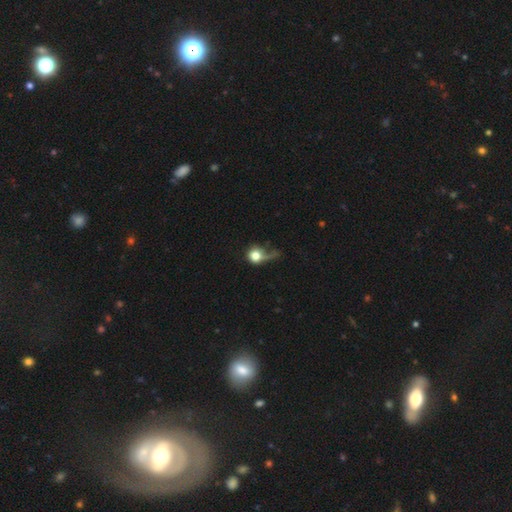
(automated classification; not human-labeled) Smooth or featured?
  - smooth: 69% *
  - featured or disk: 21%
  - star or artifact: 10%
How rounded?
  - round: 83% *
  - in between: 15%
  - cigar-shaped: 2%
Merging?
  - major disturbance: 47% *
  - none: 25%
  - minor disturbance: 20%
  - merger: 9%